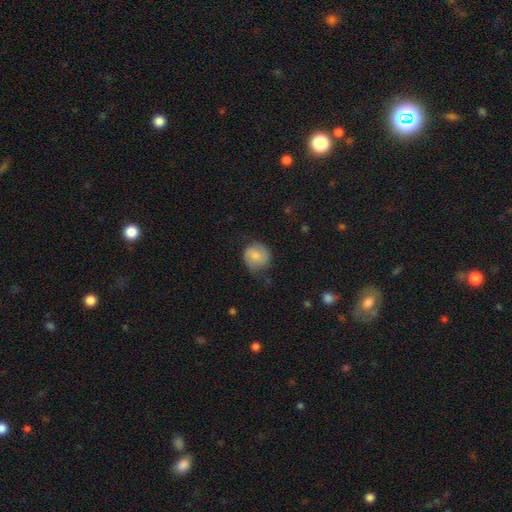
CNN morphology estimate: Smooth or featured? Predicted: smooth (p=0.60). How rounded? Predicted: round (p=0.83). Merging? Predicted: none (p=0.66).